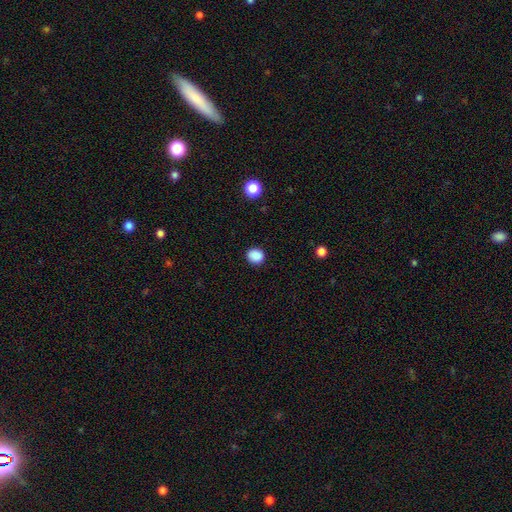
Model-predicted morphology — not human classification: This is clearly a smooth galaxy (88%). How rounded: likely round (75%). Merging: clearly none (89%).